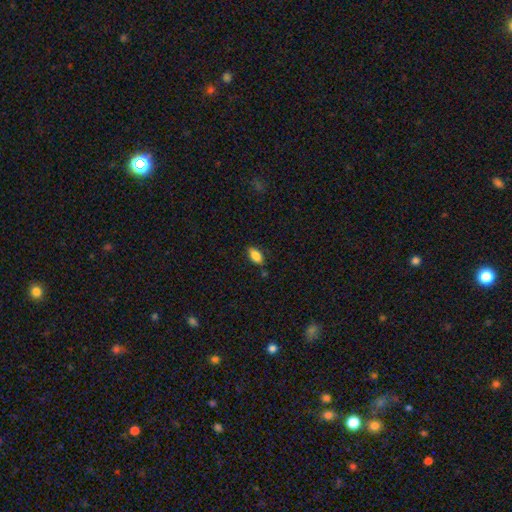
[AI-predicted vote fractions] Smooth or featured? Predicted: smooth (p=0.84). How rounded? Predicted: in between (p=0.91). Merging? Predicted: none (p=0.80).